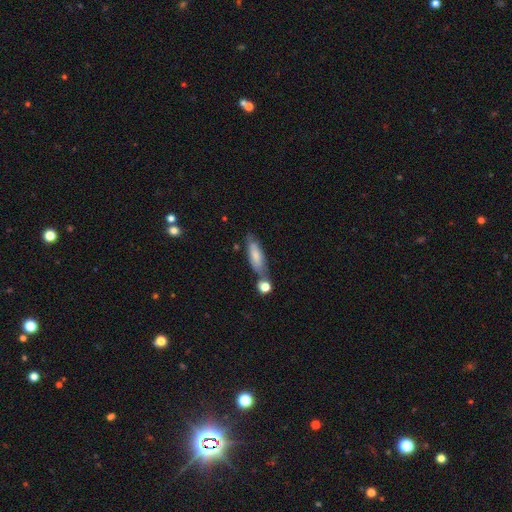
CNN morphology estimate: smooth_or_featured: smooth (p=0.68) [alt: featured or disk p=0.26]
how_rounded: in between (p=0.52) [alt: cigar-shaped p=0.46]
merging: none (p=0.53) [alt: minor disturbance p=0.21]